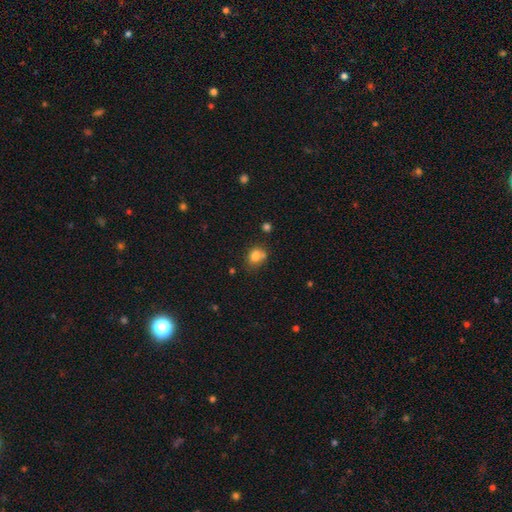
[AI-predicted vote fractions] Overall: smooth (79%). How rounded: round (63%; in between 36%). Merging: none (54%; merger 25%).